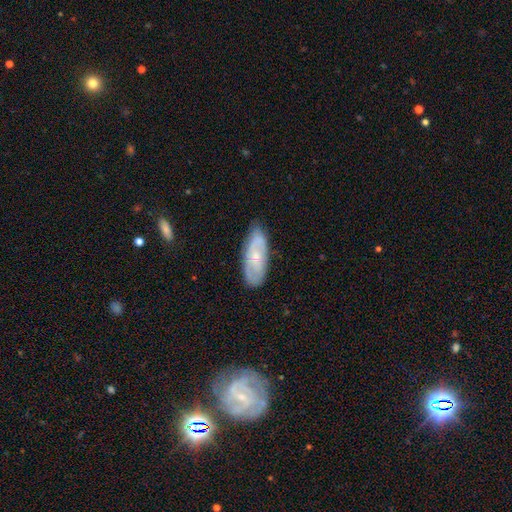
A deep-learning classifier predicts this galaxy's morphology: A featured or disk galaxy (57%). Merging: none (72%).